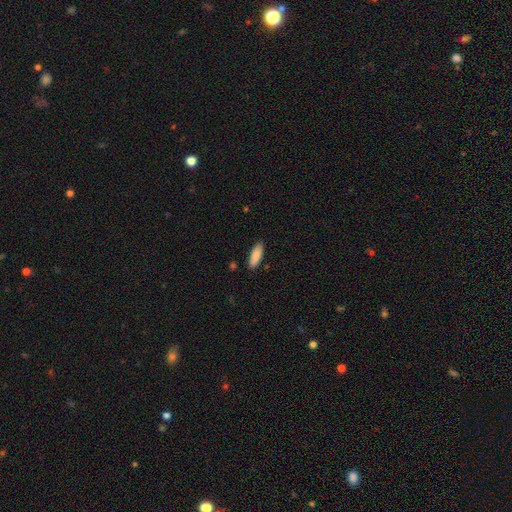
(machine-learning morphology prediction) Overall: smooth (88%). How rounded: in between (60%; cigar-shaped 39%). Merging: none (86%).